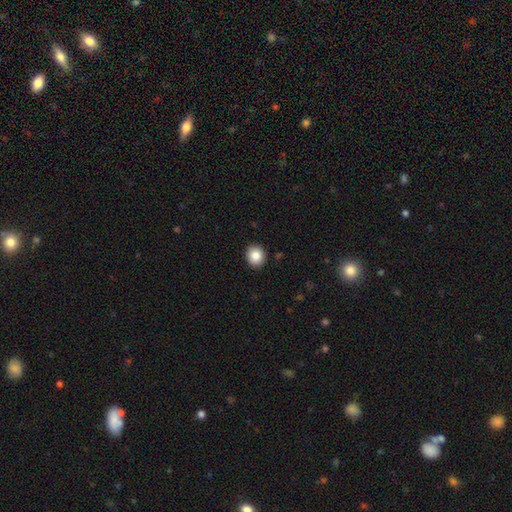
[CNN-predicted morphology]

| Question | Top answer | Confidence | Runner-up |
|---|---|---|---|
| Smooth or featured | smooth | 86% | star or artifact (9%) |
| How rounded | round | 76% | in between (24%) |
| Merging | none | 91% | minor disturbance (6%) |